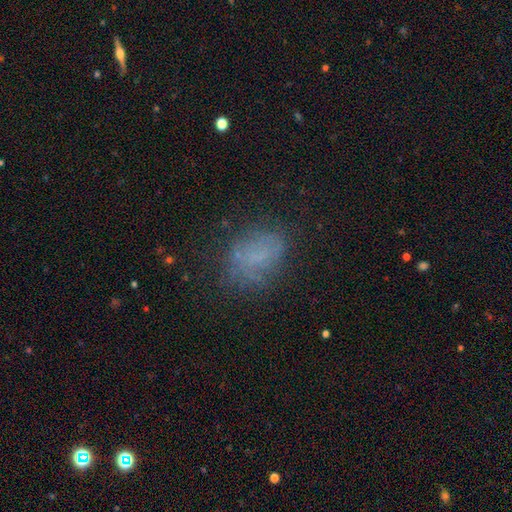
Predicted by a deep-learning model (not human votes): A smooth galaxy with no disk features (55%) that is in between round and cigar-shaped (74%).

Vote fractions:
- Smooth or featured? smooth: 55% / featured or disk: 25% / star or artifact: 20%
- How rounded? in between: 74% / round: 25% / cigar-shaped: 2%
- Merging? none: 65% / minor disturbance: 20% / major disturbance: 13% / merger: 2%